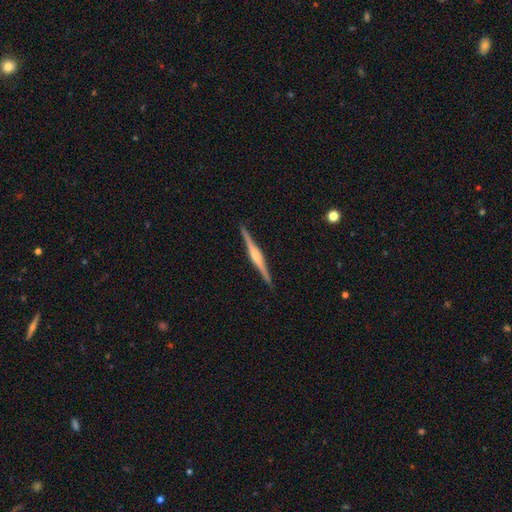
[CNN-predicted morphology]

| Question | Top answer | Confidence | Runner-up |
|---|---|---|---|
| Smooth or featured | featured or disk | 79% | smooth (16%) |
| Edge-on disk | yes | 98% | no (2%) |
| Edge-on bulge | rounded | 68% | boxy (23%) |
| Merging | none | 92% | minor disturbance (6%) |